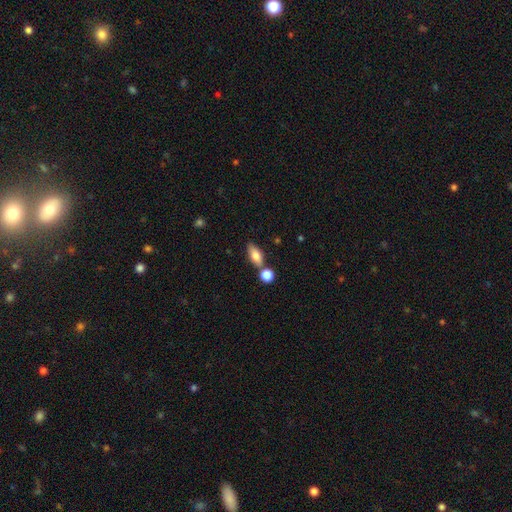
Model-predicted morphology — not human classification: Overall: smooth (76%). How rounded: in between (79%). Merging: none (65%).